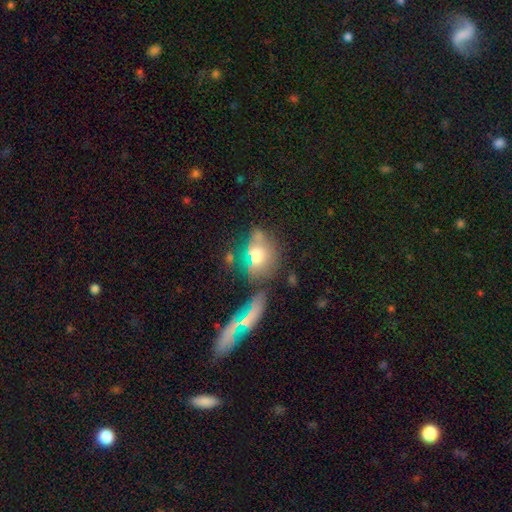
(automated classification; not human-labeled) smooth 65%, featured or disk 22%, star or artifact 14%. Down the decision tree: how rounded — in between (53%); merging — none (48%).